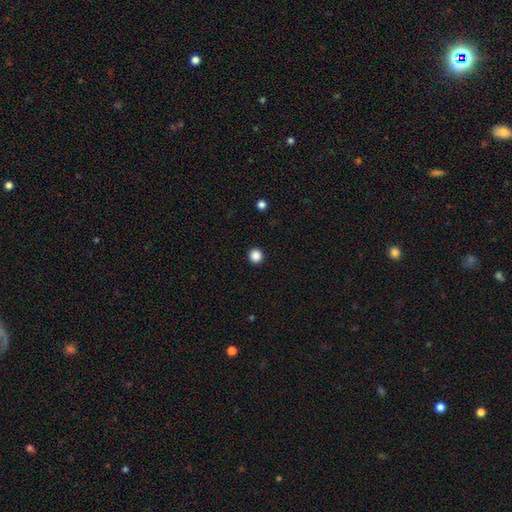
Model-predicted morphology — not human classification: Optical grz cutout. It shows a smooth galaxy with no disk features (87%) that is round (95%). Merging: none (94%).